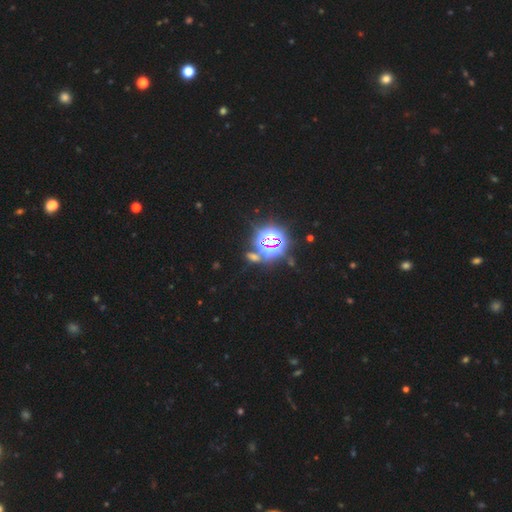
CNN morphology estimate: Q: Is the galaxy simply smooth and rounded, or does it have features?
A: star or artifact — 80%.